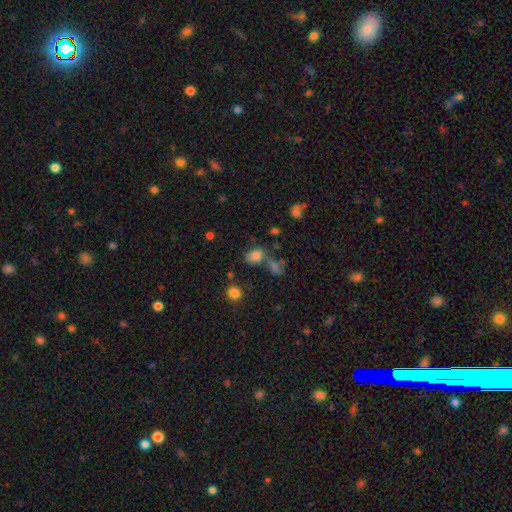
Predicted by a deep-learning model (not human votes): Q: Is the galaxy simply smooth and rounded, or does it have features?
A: smooth — 77%.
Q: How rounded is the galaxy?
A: in between — 66%.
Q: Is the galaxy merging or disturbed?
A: none — 46%.